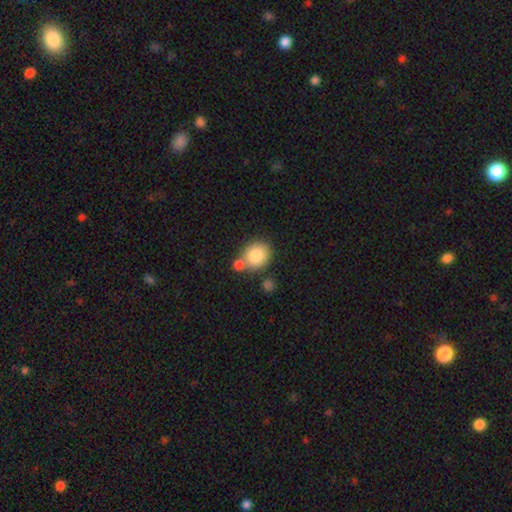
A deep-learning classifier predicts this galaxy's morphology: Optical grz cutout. It shows a smooth galaxy with no disk features (83%) that is round (77%). Merging: none (56%).